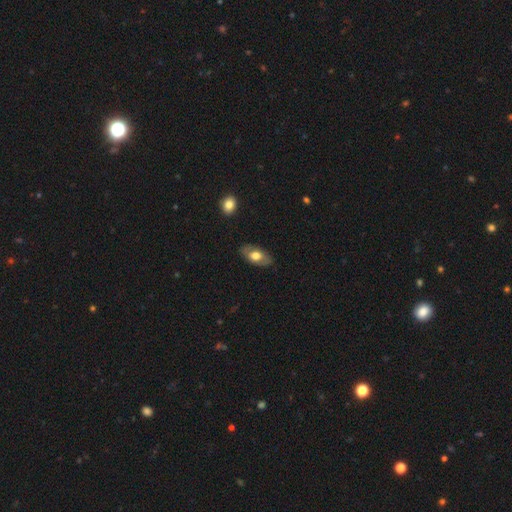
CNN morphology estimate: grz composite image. It shows a smooth galaxy with no disk features (60%) that is in between round and cigar-shaped (91%). Merging: none (83%).